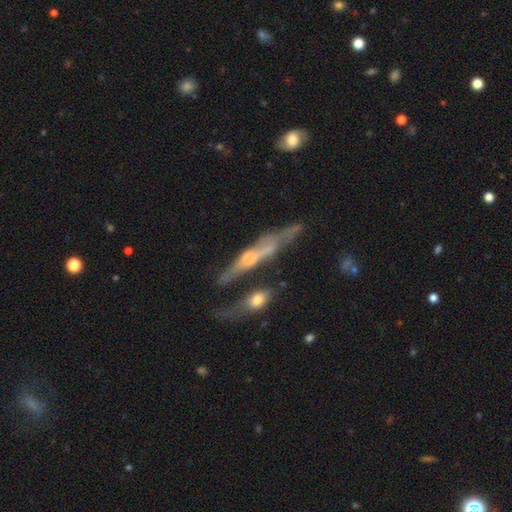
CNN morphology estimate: Overall: featured or disk (69%). Edge-on disk: yes (77%). Edge-on bulge: rounded (57%; none 29%). Merging: none (41%; merger 22%).